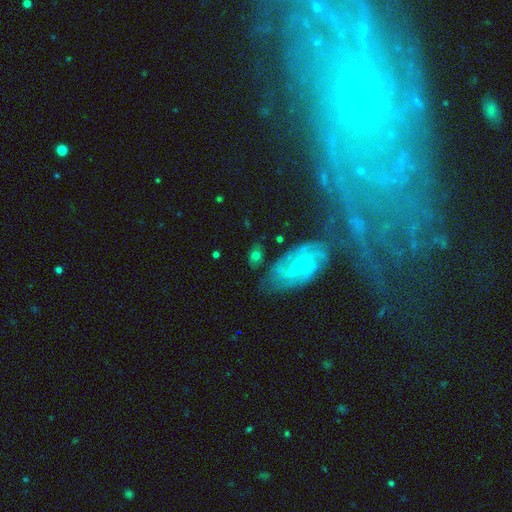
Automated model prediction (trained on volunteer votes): Smooth or featured? featured or disk (53%)
Edge-on disk? no (93%)
Merging? none (68%)